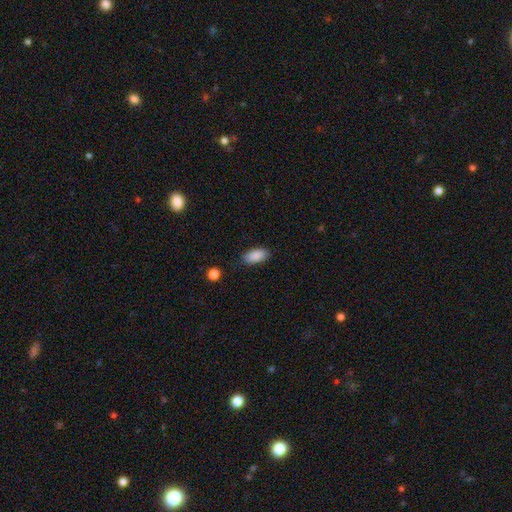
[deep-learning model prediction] smooth_or_featured: smooth (p=0.89) [alt: star or artifact p=0.07]
how_rounded: in between (p=0.92) [alt: cigar-shaped p=0.06]
merging: none (p=0.85) [alt: minor disturbance p=0.11]